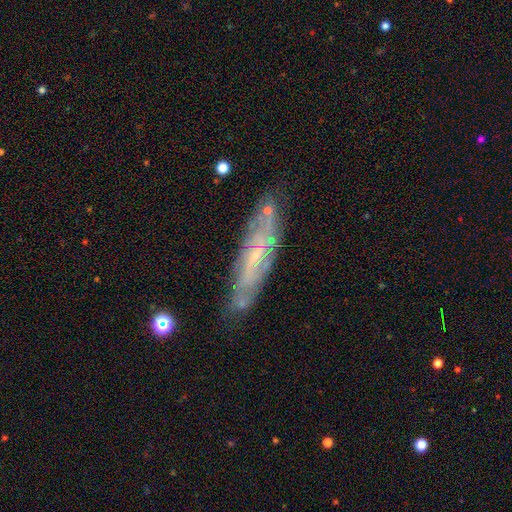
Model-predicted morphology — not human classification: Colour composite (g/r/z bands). It shows a featured or disk galaxy (73%). Merging: none (74%).